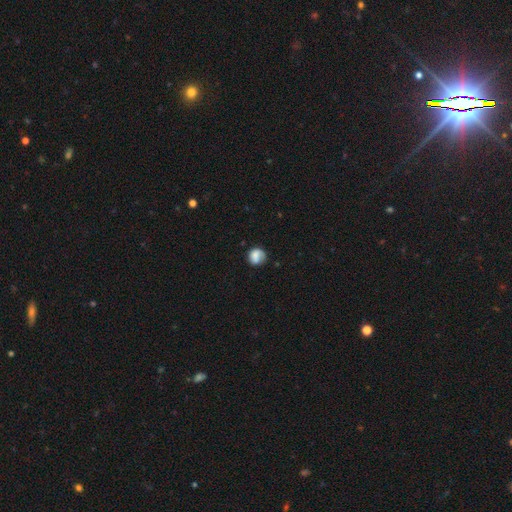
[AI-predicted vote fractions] Q: Smooth or featured?
A: smooth (68%); runner-up: featured or disk (23%)
Q: How rounded?
A: round (81%); runner-up: in between (18%)
Q: Merging?
A: none (60%); runner-up: minor disturbance (24%)